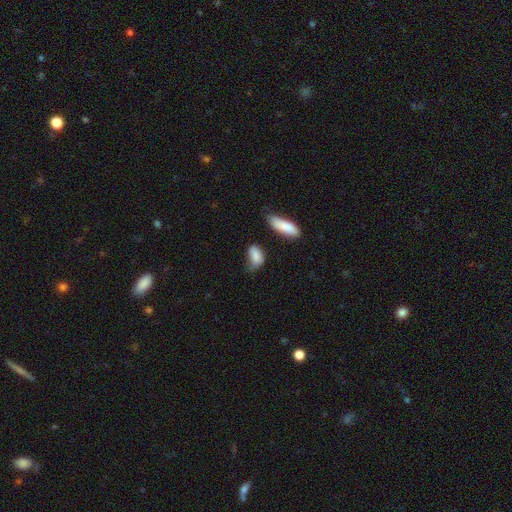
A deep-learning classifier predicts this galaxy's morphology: type=smooth (84%); roundness=in between (86%); merging=minor disturbance (40%).